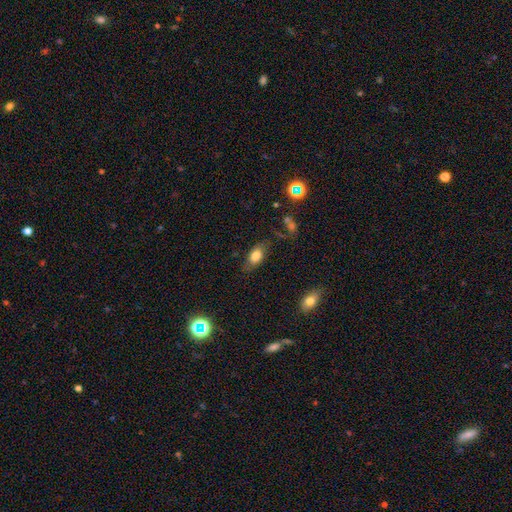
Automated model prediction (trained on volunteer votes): This appears to be a smooth galaxy with no disk features (76%) that is in between round and cigar-shaped (87%). Merging: none (71%).